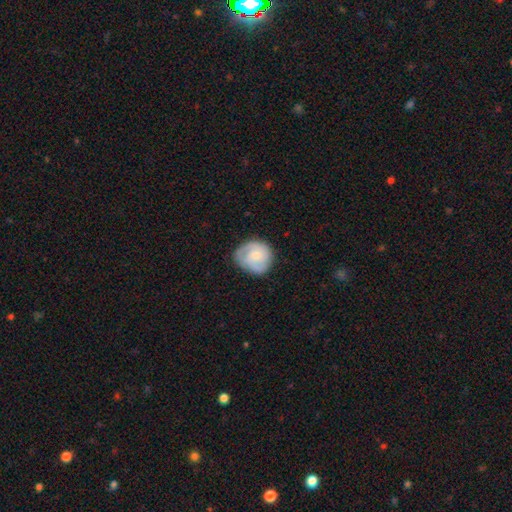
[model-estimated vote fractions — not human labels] Overall: featured or disk (64%; smooth 30%). Edge-on disk: no (98%). Bar: no (69%). Spiral arms: yes (92%). Spiral arm count: 2 (47%; can't tell 20%). Spiral winding: tight (55%; medium 36%). Bulge size: small (60%; moderate 30%). Merging: none (74%).